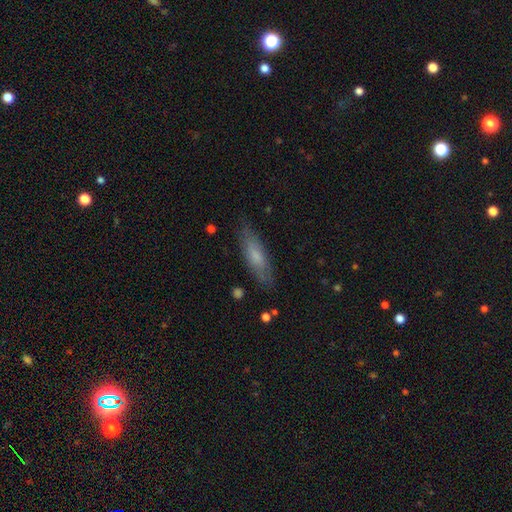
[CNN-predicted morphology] Q: Smooth or featured?
A: smooth (62%); runner-up: featured or disk (30%)
Q: How rounded?
A: cigar-shaped (56%); runner-up: in between (42%)
Q: Merging?
A: none (80%); runner-up: minor disturbance (15%)